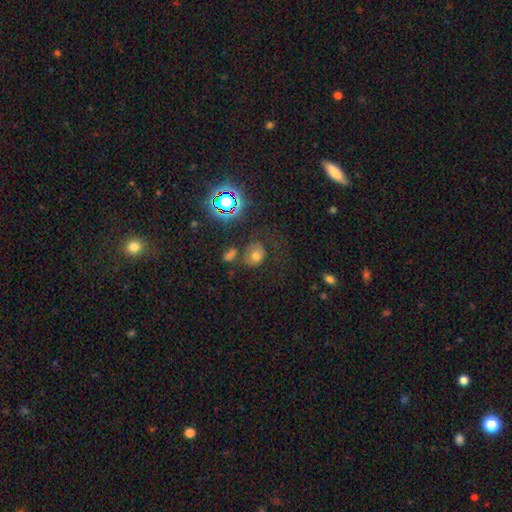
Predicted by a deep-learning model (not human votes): Smooth or featured? smooth (60%)
How rounded? round (58%)
Merging? none (52%)